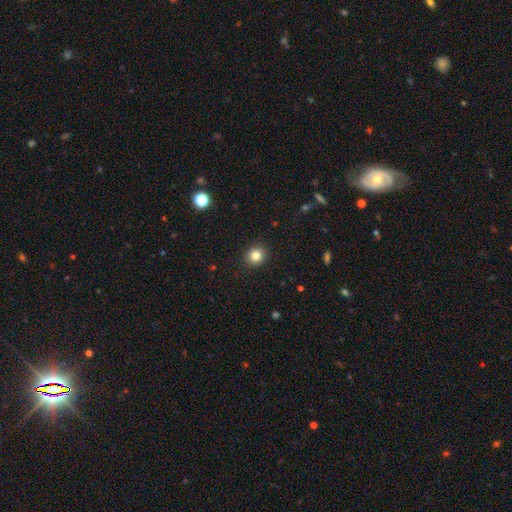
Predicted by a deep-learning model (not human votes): smooth-or-featured: smooth: 82% | star or artifact: 12% | featured or disk: 6%
  how-rounded: round: 82% | in between: 17% | cigar-shaped: 1%
  merging: none: 91% | minor disturbance: 6% | major disturbance: 2% | merger: 1%